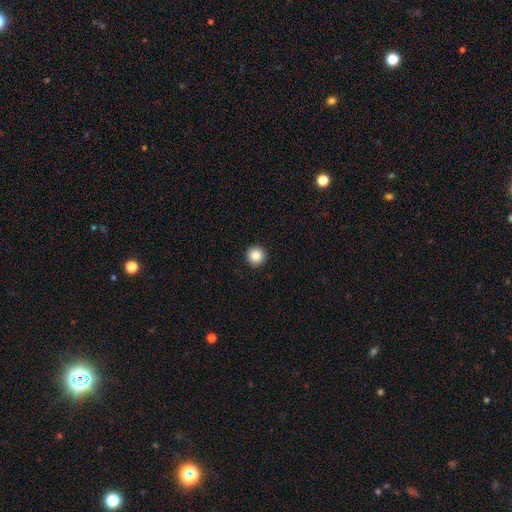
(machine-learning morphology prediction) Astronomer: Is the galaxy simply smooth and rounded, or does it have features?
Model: smooth — 86%.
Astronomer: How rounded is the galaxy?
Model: round — 96%.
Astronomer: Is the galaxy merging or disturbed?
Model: none — 93%.